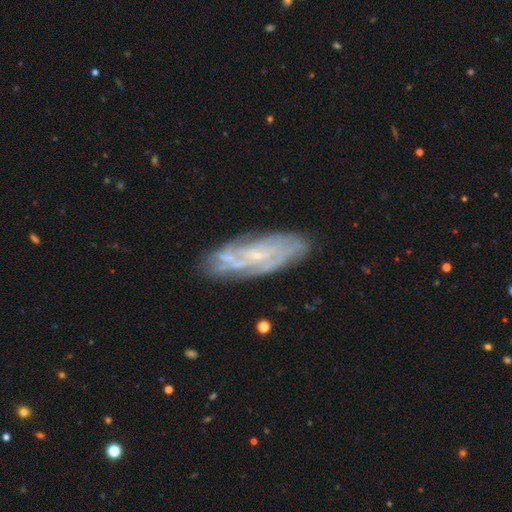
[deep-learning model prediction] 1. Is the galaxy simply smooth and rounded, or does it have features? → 79% featured or disk, 14% smooth, 8% star or artifact.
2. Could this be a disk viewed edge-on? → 87% no, 13% yes.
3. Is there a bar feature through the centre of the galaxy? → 62% no, 30% weak, 7% strong.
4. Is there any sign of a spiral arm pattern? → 91% yes, 9% no.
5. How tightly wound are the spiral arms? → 59% tight, 32% medium, 10% loose.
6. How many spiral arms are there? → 41% can't tell, 17% 2, 16% 3, 14% 4, 7% more than 4, 6% 1.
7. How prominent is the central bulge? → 78% small, 13% moderate, 7% none, 1% large, 1% dominant.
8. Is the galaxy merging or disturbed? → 79% none, 15% minor disturbance, 4% major disturbance, 2% merger.